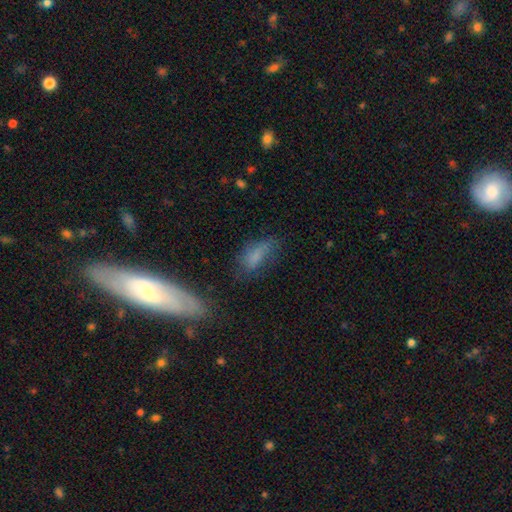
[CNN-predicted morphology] smooth-or-featured: smooth: 69% | featured or disk: 19% | star or artifact: 12%
  how-rounded: in between: 69% | cigar-shaped: 26% | round: 4%
  merging: none: 48% | minor disturbance: 28% | major disturbance: 18% | merger: 5%